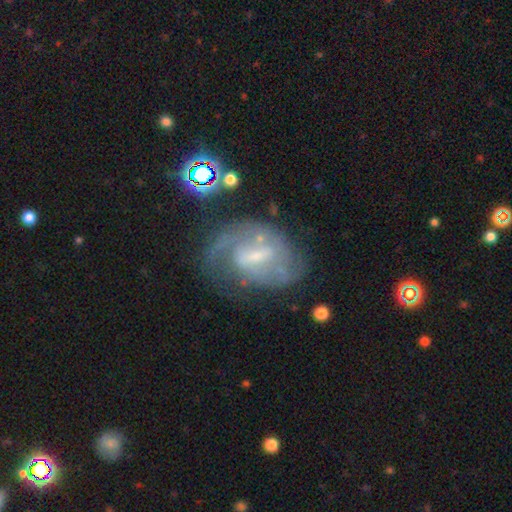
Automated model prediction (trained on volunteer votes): smooth-or-featured: featured or disk: 77% | smooth: 14% | star or artifact: 9%
  disk-edge-on: no: 96% | yes: 4%
    bar: weak: 56% | strong: 26% | no: 18%
    has-spiral-arms: yes: 85% | no: 15%
      spiral-winding: medium: 43% | tight: 36% | loose: 21%
      spiral-arm-count: 2: 43% | can't tell: 31% | 1: 15% | 3: 7% | 4: 2% | more than 4: 2%
    bulge-size: small: 51% | moderate: 28% | none: 17% | large: 3% | dominant: 1%
  merging: none: 54% | minor disturbance: 23% | major disturbance: 19% | merger: 4%